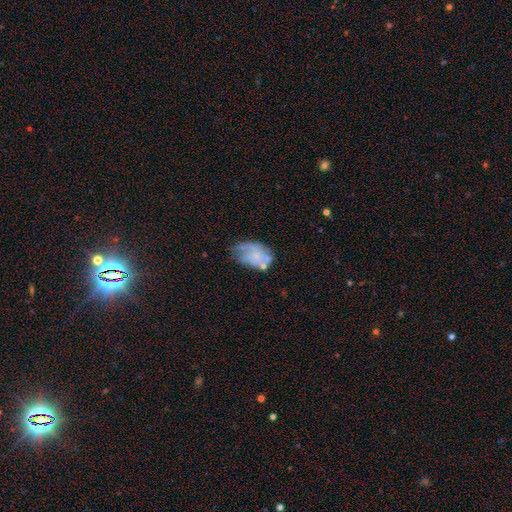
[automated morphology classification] Smooth or featured? Predicted: featured or disk (p=0.58). Edge-on disk? Predicted: no (p=0.97). Bar? Predicted: no (p=0.80). Spiral arms? Predicted: yes (p=0.68). Bulge size? Predicted: none (p=0.51). Merging? Predicted: none (p=0.37).